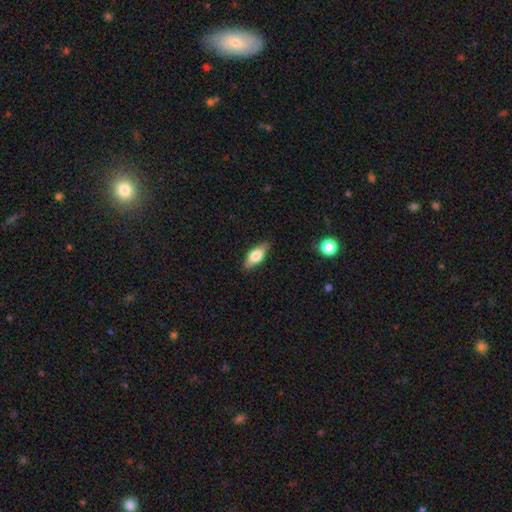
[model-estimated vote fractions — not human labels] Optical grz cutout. It shows a smooth galaxy with no disk features (64%) that is in between round and cigar-shaped (75%). Merging: none (85%).